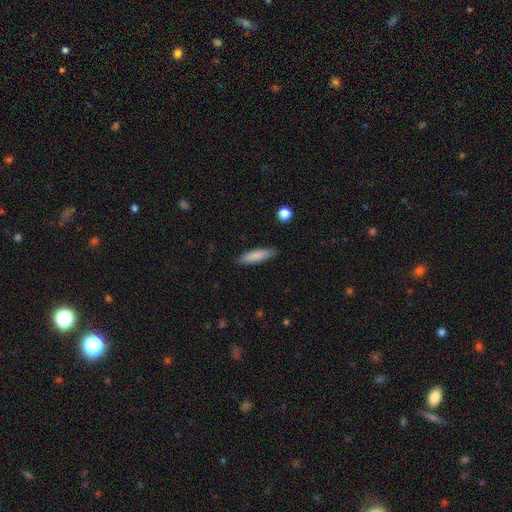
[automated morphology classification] Smooth or featured?
  - smooth: 83% *
  - featured or disk: 11%
  - star or artifact: 6%
How rounded?
  - cigar-shaped: 74% *
  - in between: 24%
  - round: 1%
Merging?
  - none: 86% *
  - minor disturbance: 11%
  - major disturbance: 2%
  - merger: 1%